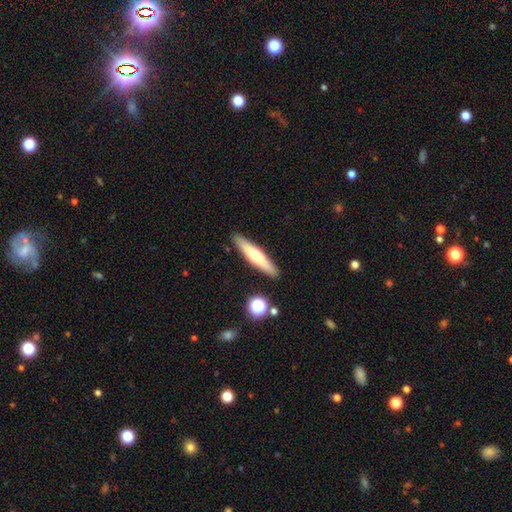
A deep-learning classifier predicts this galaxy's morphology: A smooth galaxy with no disk features (53%) that is cigar-shaped (86%). Merging: none (90%).